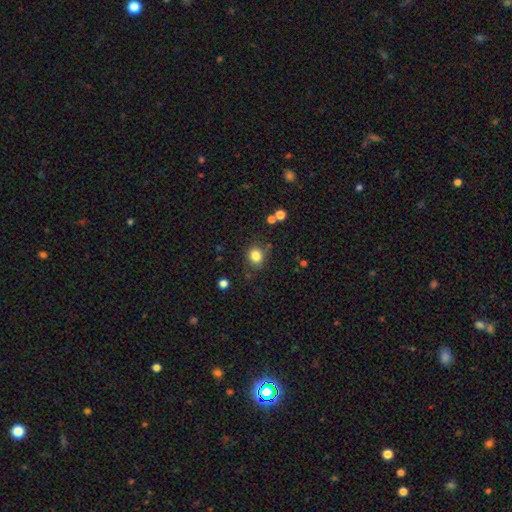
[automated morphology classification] Smooth or featured? smooth (83%)
How rounded? round (72%)
Merging? none (76%)